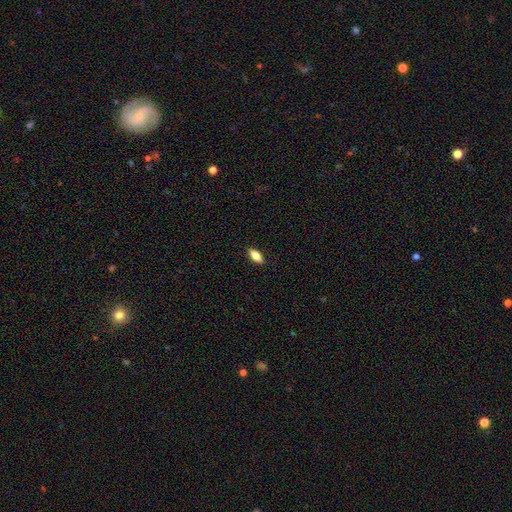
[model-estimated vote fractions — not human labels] smooth-or-featured: smooth: 79% | featured or disk: 14% | star or artifact: 7%
  how-rounded: in between: 81% | cigar-shaped: 16% | round: 3%
  merging: none: 89% | minor disturbance: 8% | major disturbance: 2% | merger: 1%